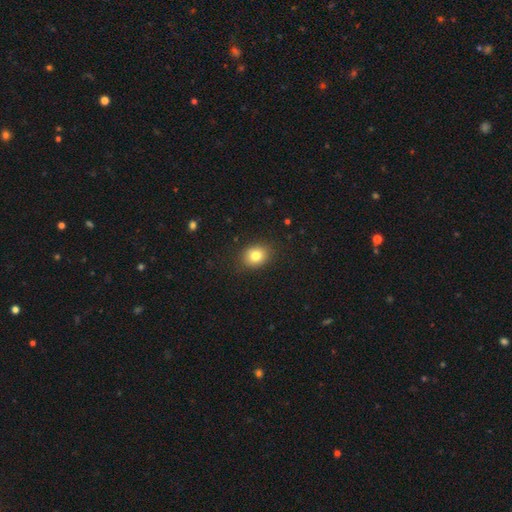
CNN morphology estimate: smooth_or_featured: smooth (p=0.81) [alt: star or artifact p=0.10]
how_rounded: round (p=0.52) [alt: in between p=0.47]
merging: none (p=0.87) [alt: minor disturbance p=0.09]